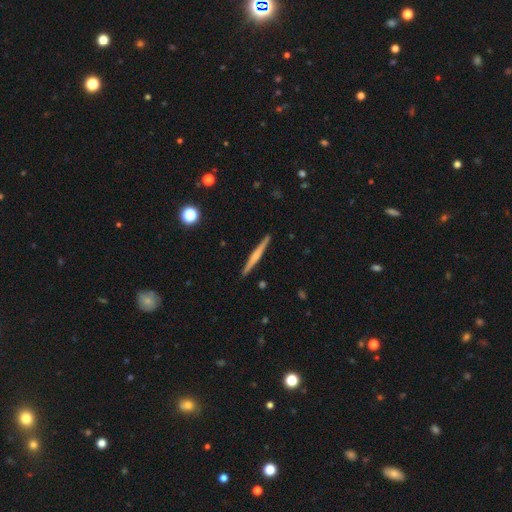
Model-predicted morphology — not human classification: featured or disk 60%, smooth 34%, star or artifact 6%. Down the decision tree: edge-on disk — yes (98%); edge-on bulge — rounded (53%); merging — none (92%).